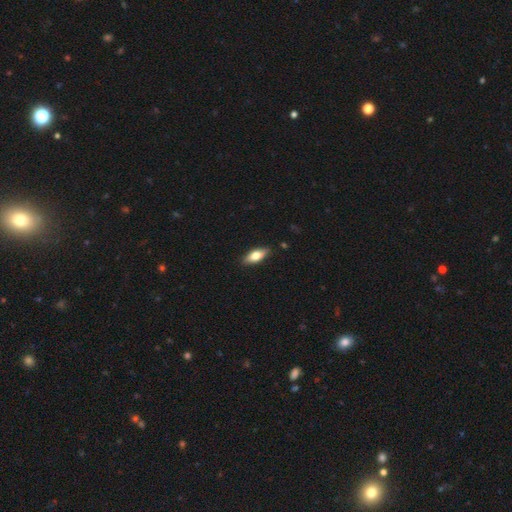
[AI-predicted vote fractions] Overall: smooth (69%). How rounded: in between (76%). Merging: none (87%).